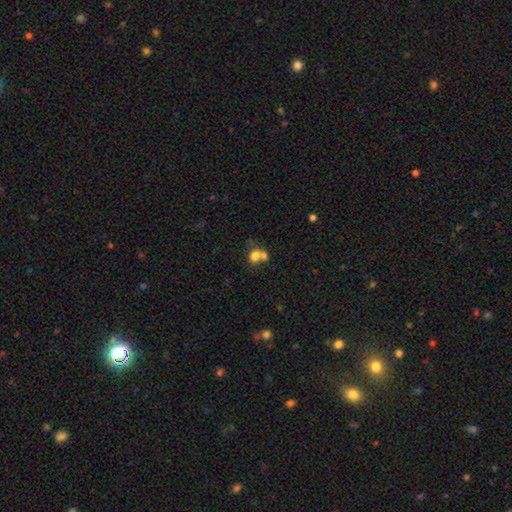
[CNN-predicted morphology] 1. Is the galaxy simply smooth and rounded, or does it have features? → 75% smooth, 13% featured or disk, 12% star or artifact.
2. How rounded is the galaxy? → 71% round, 28% in between, 1% cigar-shaped.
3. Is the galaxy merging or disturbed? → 51% merger, 36% none, 8% minor disturbance, 5% major disturbance.